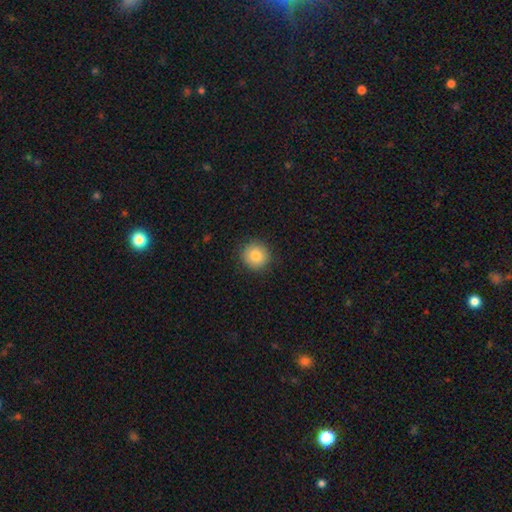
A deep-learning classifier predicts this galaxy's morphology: smooth-or-featured: smooth: 84% | star or artifact: 9% | featured or disk: 7%
  how-rounded: round: 93% | in between: 6% | cigar-shaped: 1%
  merging: none: 90% | minor disturbance: 7% | major disturbance: 2% | merger: 1%